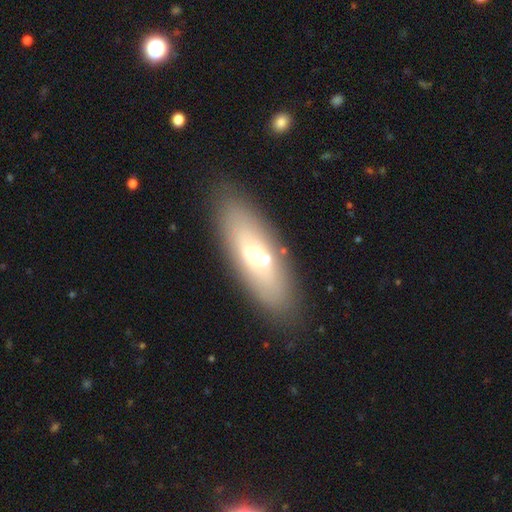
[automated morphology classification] type=smooth (49%); merging=none (79%).